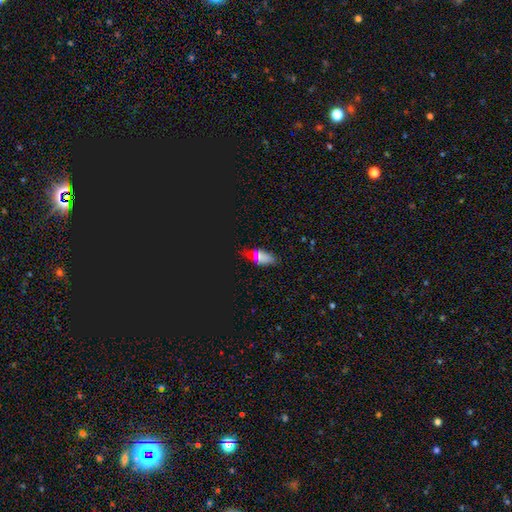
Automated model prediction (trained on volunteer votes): Smooth or featured?
  - star or artifact: 43% *
  - smooth: 42%
  - featured or disk: 15%